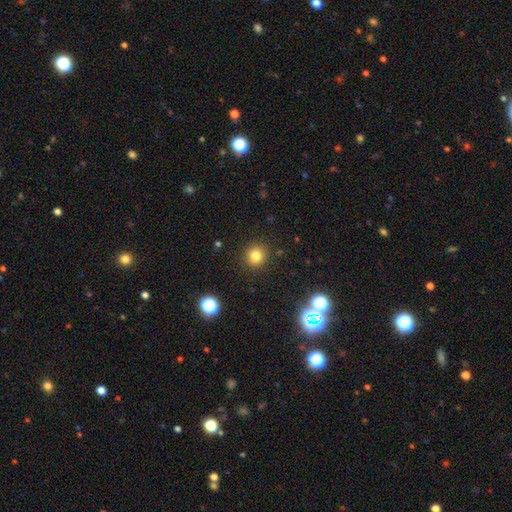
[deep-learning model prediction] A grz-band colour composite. It shows a smooth galaxy with no disk features (79%) that is round (91%). Merging: none (90%).